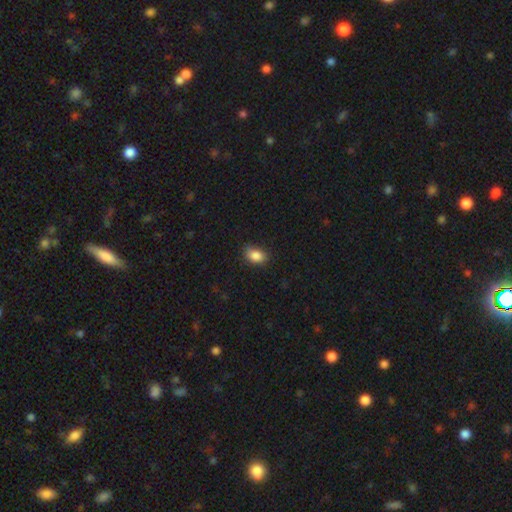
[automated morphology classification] type=smooth (85%); roundness=in between (77%); merging=none (69%).